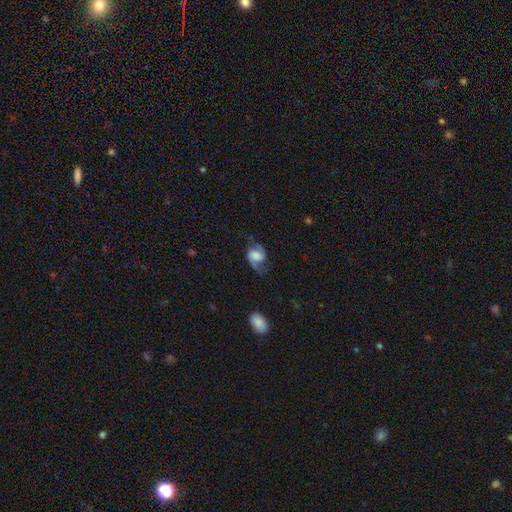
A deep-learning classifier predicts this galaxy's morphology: The model was most divided on "bulge size": large: 35%, moderate: 19%, none: 19%, dominant: 14%, small: 13%. More confident: edge-on disk — no (97%); spiral arms — yes (92%); spiral arm count — 2 (85%); smooth or featured — featured or disk (62%); merging — none (57%); spiral winding — loose (55%); bar — no (52%).